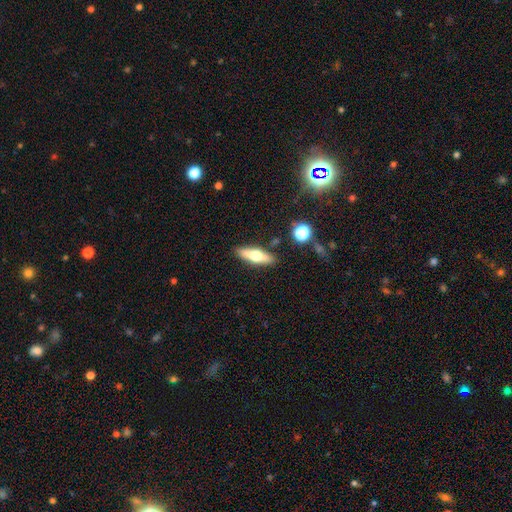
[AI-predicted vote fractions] A smooth galaxy with no disk features (50%) that is cigar-shaped (57%). Merging: none (86%).